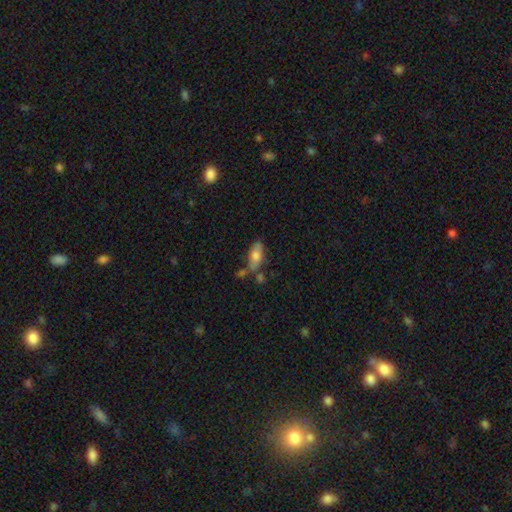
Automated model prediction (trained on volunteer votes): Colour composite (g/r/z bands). It shows a smooth galaxy with no disk features (72%) that is in between round and cigar-shaped (81%). Merging: none (46%).